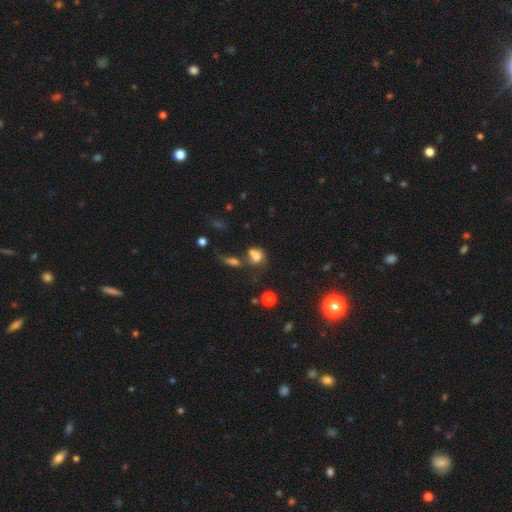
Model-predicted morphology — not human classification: Q: Smooth or featured?
A: smooth (70%); runner-up: star or artifact (16%)
Q: How rounded?
A: in between (50%); runner-up: round (47%)
Q: Merging?
A: merger (38%); runner-up: none (32%)